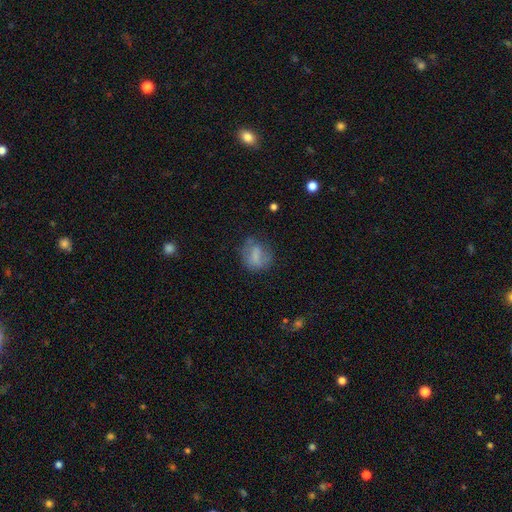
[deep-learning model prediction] Smooth or featured? smooth (66%)
How rounded? round (58%)
Merging? none (57%)